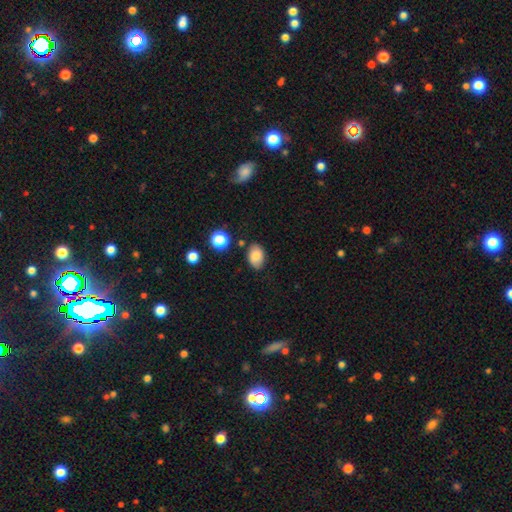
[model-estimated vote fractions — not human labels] Morphology: type=smooth (81%); roundness=in between (82%); merging=none (83%).